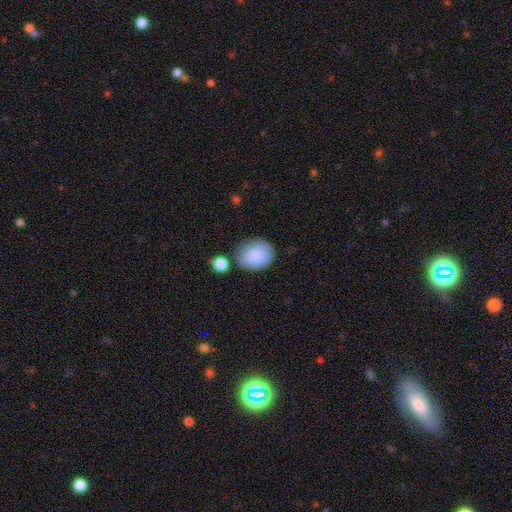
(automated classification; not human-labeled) This is clearly a smooth galaxy (84%). How rounded: likely round (64%). Merging: likely none (68%).